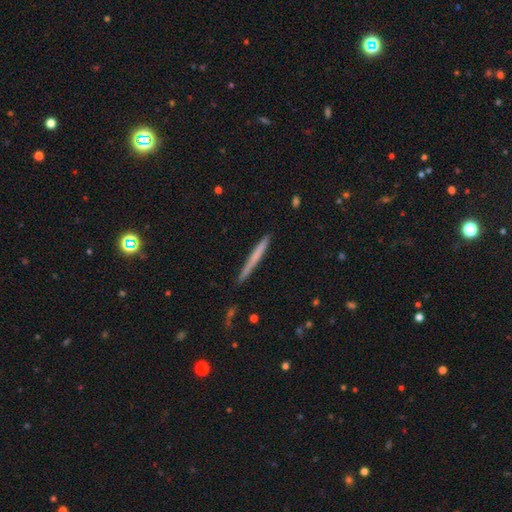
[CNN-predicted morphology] Overall: smooth (60%; featured or disk 34%). How rounded: cigar-shaped (97%). Merging: none (89%).